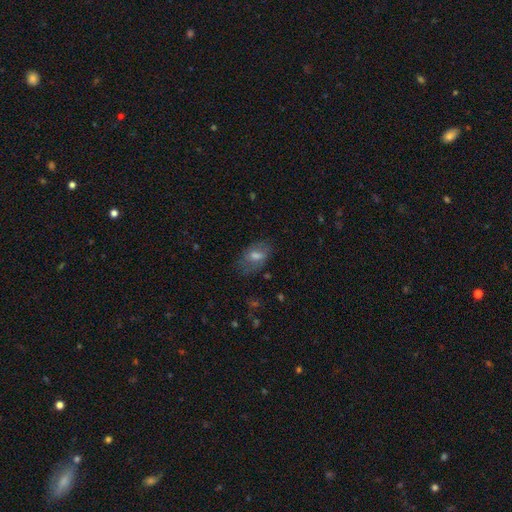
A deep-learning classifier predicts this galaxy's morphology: smooth-or-featured: smooth: 57% | featured or disk: 34% | star or artifact: 10%
  how-rounded: in between: 87% | round: 9% | cigar-shaped: 4%
  merging: none: 62% | minor disturbance: 23% | major disturbance: 13% | merger: 2%